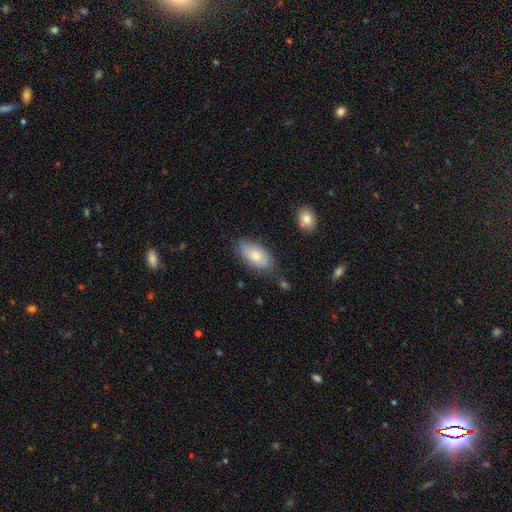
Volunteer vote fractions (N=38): Morphology: type=smooth (68%); roundness=in between (100%); merging=none (68%).